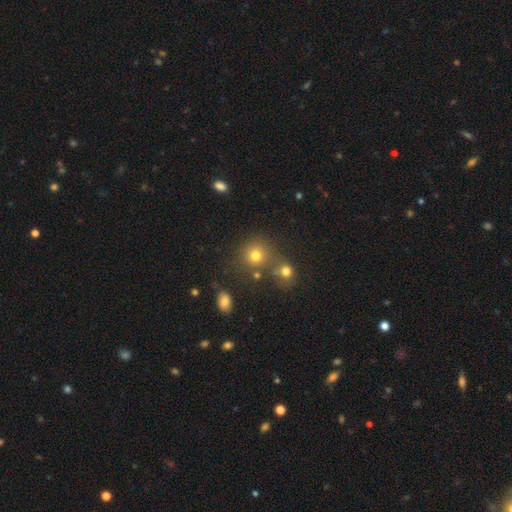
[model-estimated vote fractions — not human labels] Smooth or featured: smooth — 76% (star or artifact — 16%)
How rounded: round — 88% (in between — 11%)
Merging: none — 63% (merger — 23%)